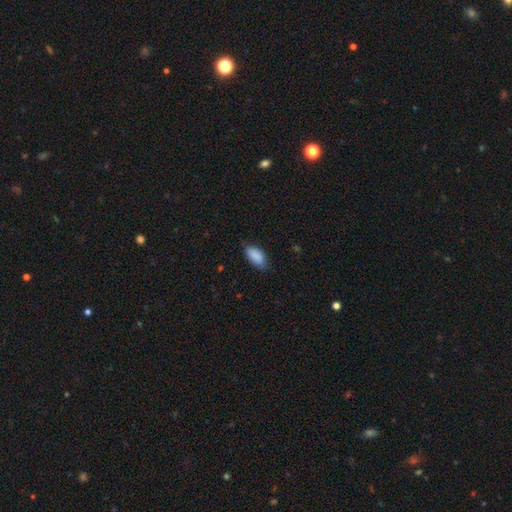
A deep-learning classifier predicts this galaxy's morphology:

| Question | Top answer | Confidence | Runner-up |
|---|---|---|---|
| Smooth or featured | smooth | 89% | star or artifact (6%) |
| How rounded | in between | 92% | cigar-shaped (6%) |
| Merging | none | 72% | minor disturbance (23%) |